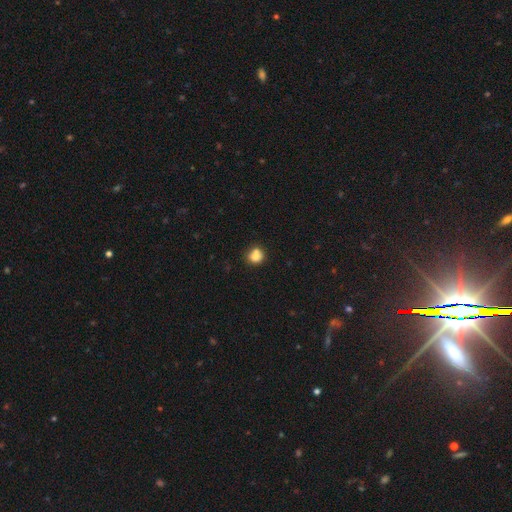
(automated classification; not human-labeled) smooth_or_featured: smooth (p=0.81) [alt: star or artifact p=0.10]
how_rounded: round (p=0.81) [alt: in between p=0.18]
merging: none (p=0.59) [alt: merger p=0.19]